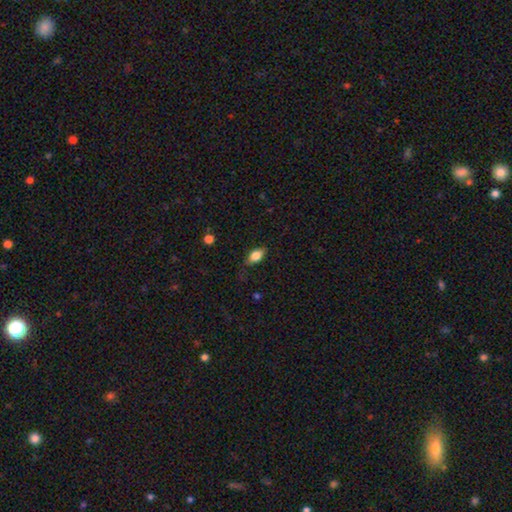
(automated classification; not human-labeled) smooth-or-featured: smooth: 79% | featured or disk: 13% | star or artifact: 8%
  how-rounded: in between: 86% | round: 7% | cigar-shaped: 7%
  merging: none: 74% | minor disturbance: 19% | major disturbance: 5% | merger: 1%